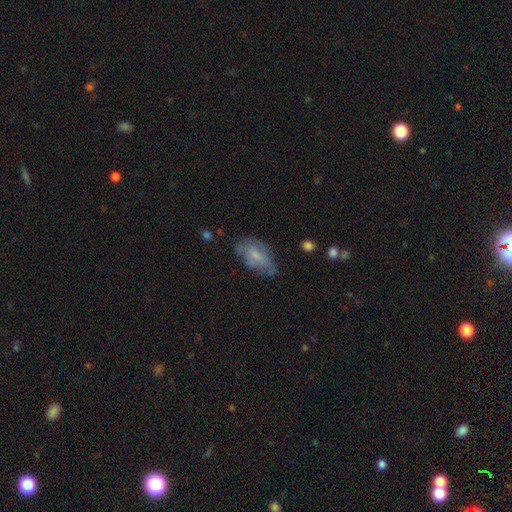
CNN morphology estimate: Smooth or featured? Predicted: smooth (p=0.58). How rounded? Predicted: in between (p=0.89). Merging? Predicted: none (p=0.50).